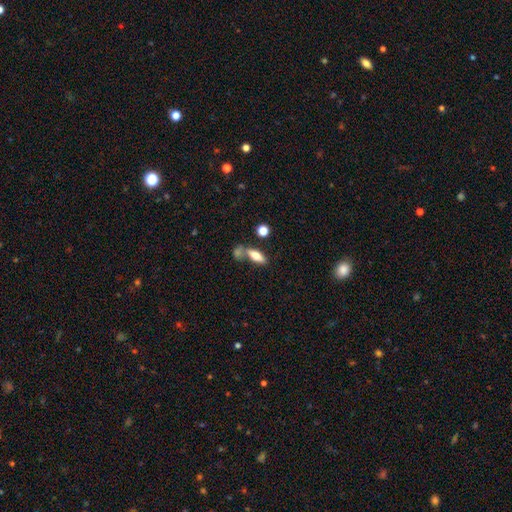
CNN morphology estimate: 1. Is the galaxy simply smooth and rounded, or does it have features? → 71% smooth, 22% featured or disk, 8% star or artifact.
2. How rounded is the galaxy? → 67% in between, 28% cigar-shaped, 4% round.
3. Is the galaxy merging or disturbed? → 53% none, 28% merger, 13% minor disturbance, 6% major disturbance.